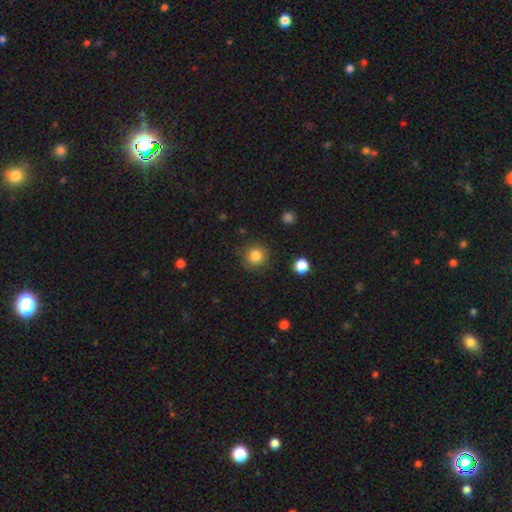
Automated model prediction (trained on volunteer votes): Overall: smooth (84%). How rounded: round (92%). Merging: none (86%).